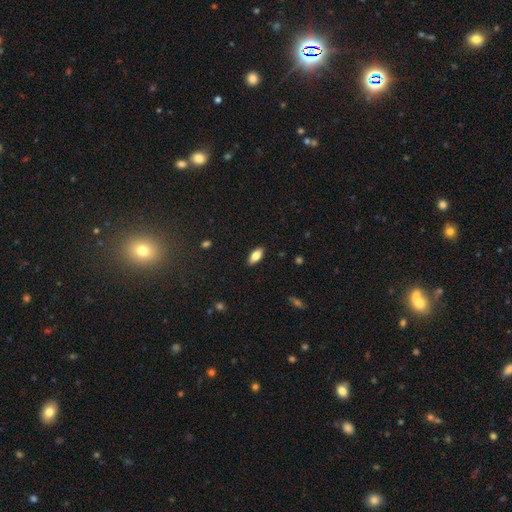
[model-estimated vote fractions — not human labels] Smooth or featured: smooth — 73% (featured or disk — 20%)
How rounded: in between — 81% (cigar-shaped — 16%)
Merging: none — 89% (minor disturbance — 8%)